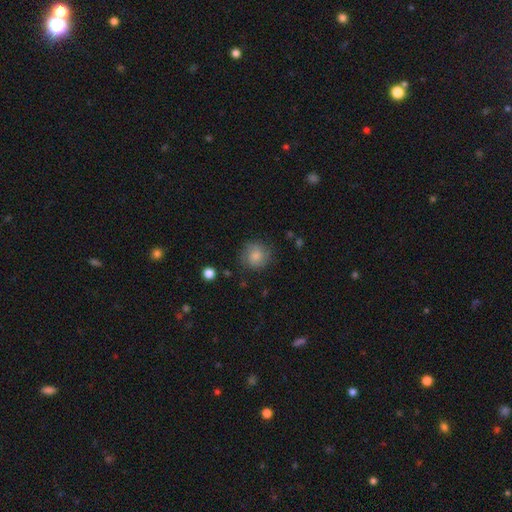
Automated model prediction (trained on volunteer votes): Q: Smooth or featured?
A: smooth (77%); runner-up: featured or disk (15%)
Q: How rounded?
A: round (88%); runner-up: in between (11%)
Q: Merging?
A: none (77%); runner-up: minor disturbance (16%)